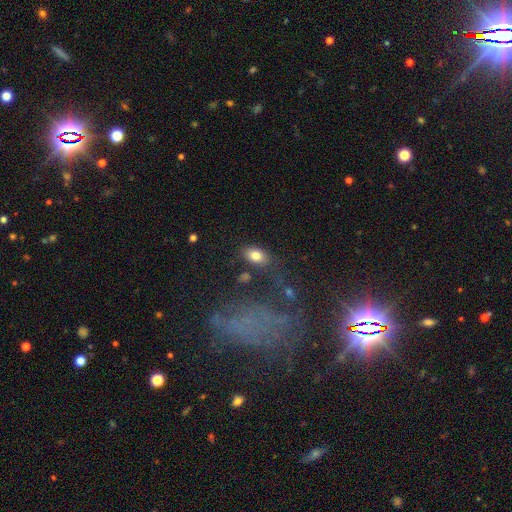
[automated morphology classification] A smooth galaxy with no disk features (81%) that is in between round and cigar-shaped (86%). Merging: none (76%).